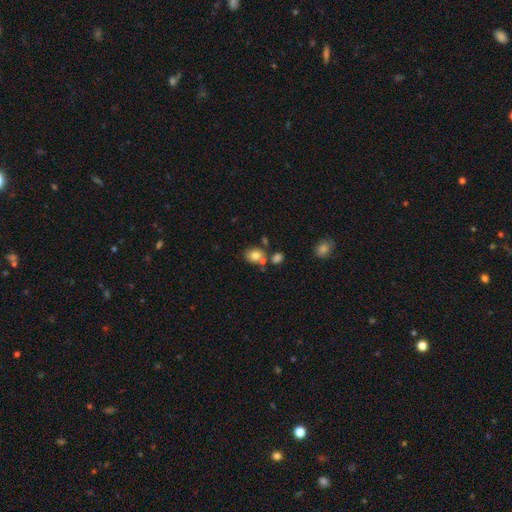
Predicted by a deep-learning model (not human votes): Overall: smooth (78%). How rounded: round (55%; in between 45%). Merging: none (58%; merger 24%).